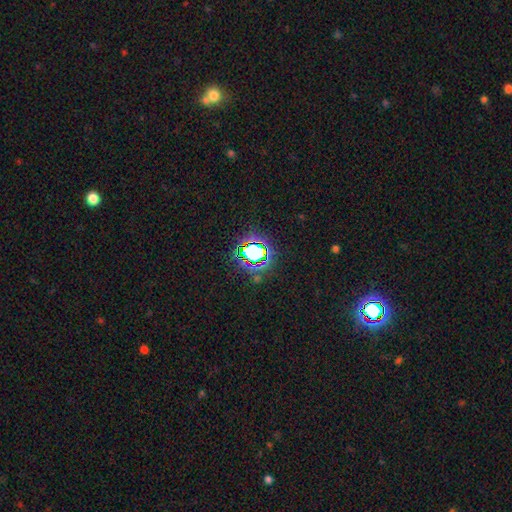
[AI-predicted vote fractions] This is likely a star or artifact rather than a galaxy (63%).